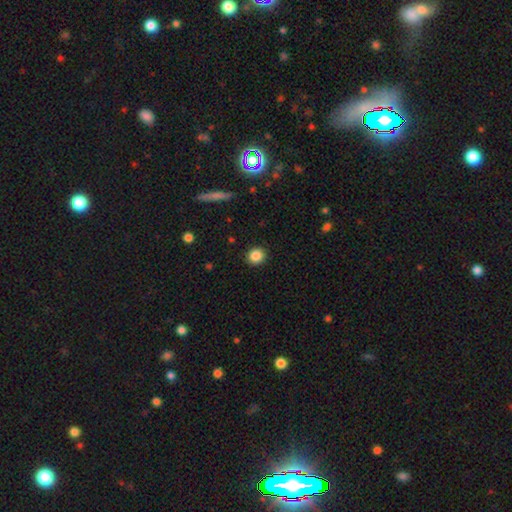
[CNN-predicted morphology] smooth_or_featured: smooth (p=0.86) [alt: star or artifact p=0.10]
how_rounded: round (p=0.86) [alt: in between p=0.13]
merging: none (p=0.91) [alt: minor disturbance p=0.06]